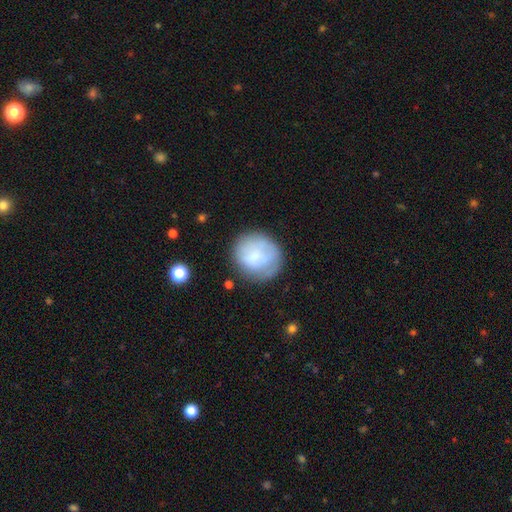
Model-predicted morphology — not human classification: smooth-or-featured: smooth: 69% | featured or disk: 23% | star or artifact: 8%
  how-rounded: round: 86% | in between: 13% | cigar-shaped: 1%
  merging: none: 66% | minor disturbance: 21% | major disturbance: 10% | merger: 3%